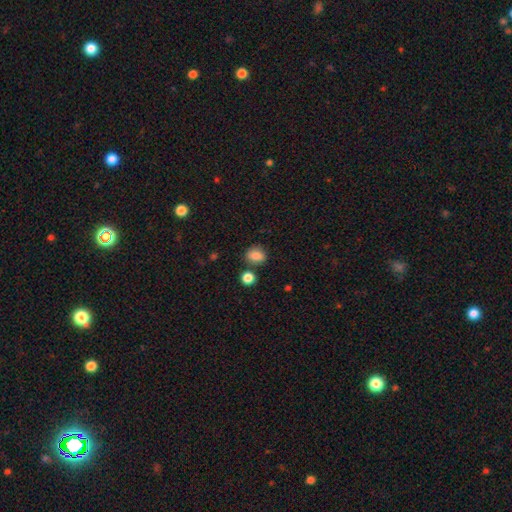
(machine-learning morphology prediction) A smooth galaxy with no disk features (85%) that is in between round and cigar-shaped (55%).

Vote fractions:
- Smooth or featured? smooth: 85% / star or artifact: 10% / featured or disk: 5%
- How rounded? in between: 55% / round: 44% / cigar-shaped: 1%
- Merging? none: 72% / minor disturbance: 14% / merger: 10% / major disturbance: 4%